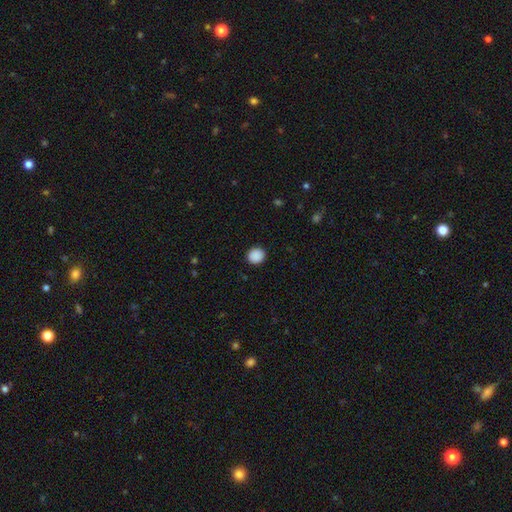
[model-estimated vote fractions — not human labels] A smooth galaxy with no disk features (89%) that is round (87%). Merging: none (91%).